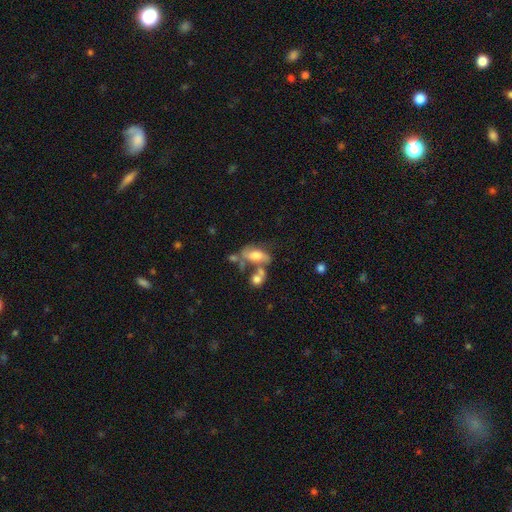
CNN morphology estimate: The model was most divided on "merging": merger: 34%, none: 28%, major disturbance: 19%, minor disturbance: 19%. More confident: how rounded — in between (84%); smooth or featured — smooth (50%).